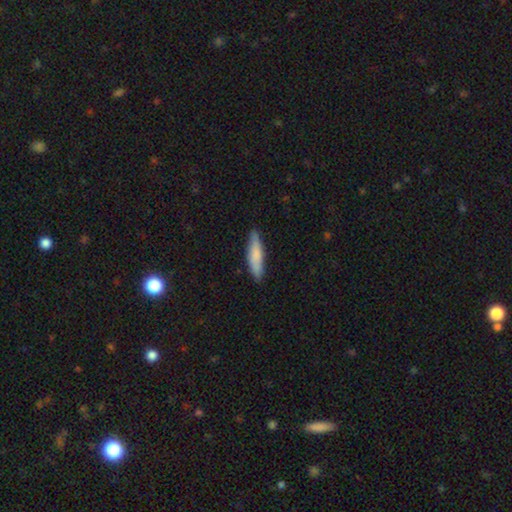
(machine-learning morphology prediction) Q: Smooth or featured?
A: smooth (78%); runner-up: featured or disk (17%)
Q: How rounded?
A: cigar-shaped (75%); runner-up: in between (24%)
Q: Merging?
A: none (84%); runner-up: minor disturbance (13%)